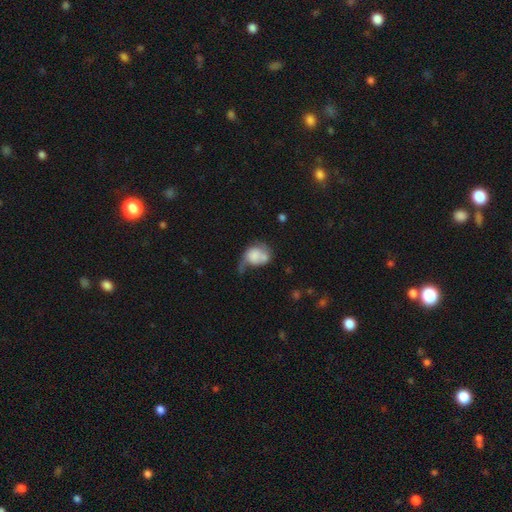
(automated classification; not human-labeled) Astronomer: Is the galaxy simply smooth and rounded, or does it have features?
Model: smooth — 64%.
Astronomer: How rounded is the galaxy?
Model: round — 53% (runner-up: in between, 46%).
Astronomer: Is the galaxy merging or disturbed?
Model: major disturbance — 30% (runner-up: merger, 26%).